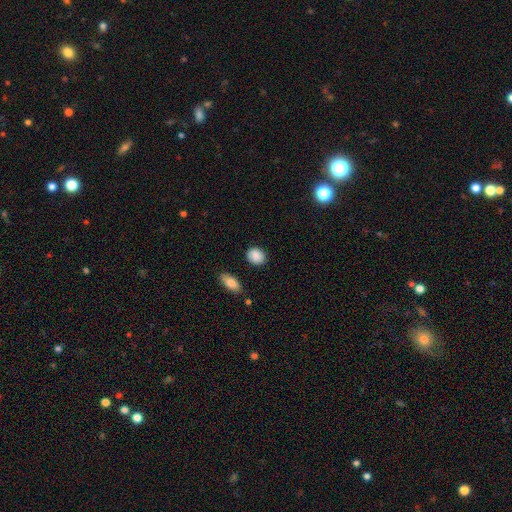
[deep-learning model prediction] A smooth galaxy with no disk features (89%) that is round (63%).

Vote fractions:
- Smooth or featured? smooth: 89% / star or artifact: 7% / featured or disk: 4%
- How rounded? round: 63% / in between: 35% / cigar-shaped: 2%
- Merging? none: 85% / minor disturbance: 11% / major disturbance: 3% / merger: 2%